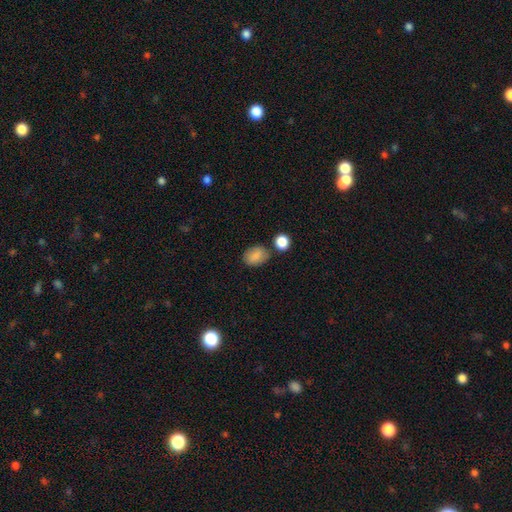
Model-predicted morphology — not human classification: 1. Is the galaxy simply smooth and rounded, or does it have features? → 85% smooth, 9% star or artifact, 6% featured or disk.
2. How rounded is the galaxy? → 68% in between, 31% round, 1% cigar-shaped.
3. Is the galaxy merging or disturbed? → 71% none, 16% minor disturbance, 8% merger, 4% major disturbance.